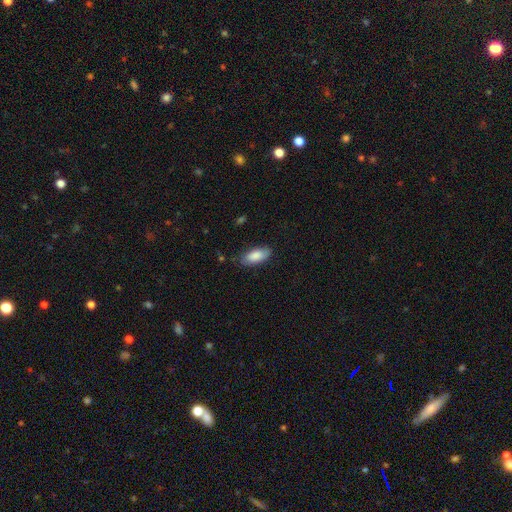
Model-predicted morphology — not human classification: A smooth galaxy with no disk features (85%) that is in between round and cigar-shaped (87%). Merging: none (78%).